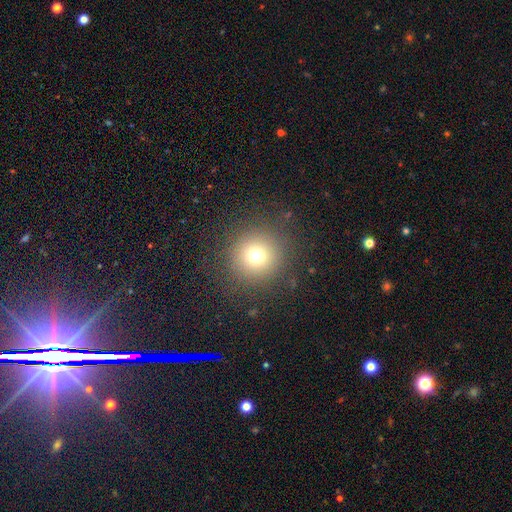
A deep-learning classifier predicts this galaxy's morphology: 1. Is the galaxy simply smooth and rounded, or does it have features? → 72% smooth, 18% star or artifact, 10% featured or disk.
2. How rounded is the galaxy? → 95% round, 4% in between, 1% cigar-shaped.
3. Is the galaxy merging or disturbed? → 87% none, 7% minor disturbance, 5% major disturbance, 1% merger.